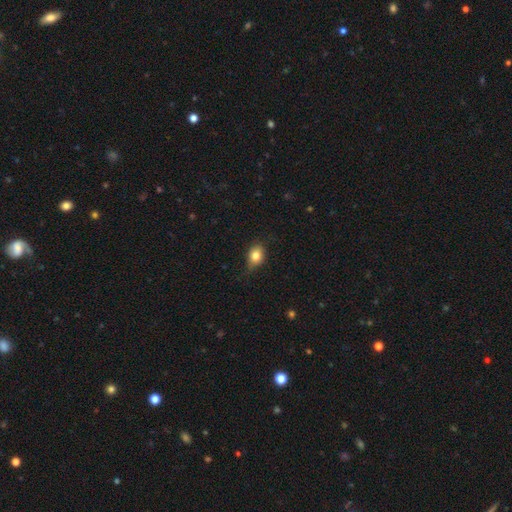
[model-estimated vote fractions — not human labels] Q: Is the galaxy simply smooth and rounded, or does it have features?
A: smooth — 79%.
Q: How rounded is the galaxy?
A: in between — 64%.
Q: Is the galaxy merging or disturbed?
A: none — 69%.